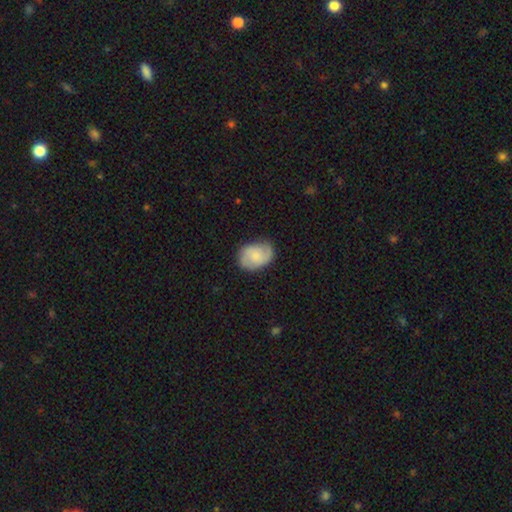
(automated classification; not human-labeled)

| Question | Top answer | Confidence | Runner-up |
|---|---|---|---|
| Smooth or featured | featured or disk | 50% | smooth (44%) |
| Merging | none | 74% | minor disturbance (20%) |